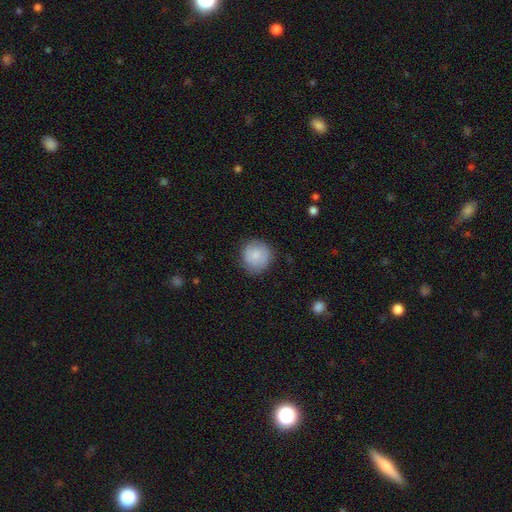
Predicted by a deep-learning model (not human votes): Smooth or featured?
  - smooth: 80% *
  - featured or disk: 14%
  - star or artifact: 7%
How rounded?
  - round: 91% *
  - in between: 8%
  - cigar-shaped: 1%
Merging?
  - none: 80% *
  - minor disturbance: 16%
  - major disturbance: 4%
  - merger: 1%